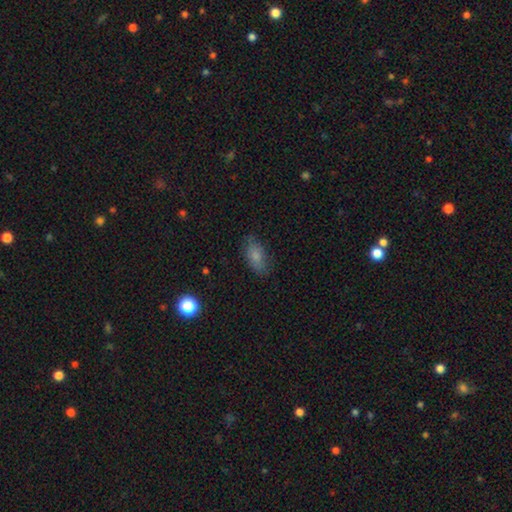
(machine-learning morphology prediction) A smooth galaxy with no disk features (78%) that is in between round and cigar-shaped (88%).

Vote fractions:
- Smooth or featured? smooth: 78% / featured or disk: 12% / star or artifact: 9%
- How rounded? in between: 88% / cigar-shaped: 6% / round: 5%
- Merging? none: 77% / minor disturbance: 17% / major disturbance: 4% / merger: 1%